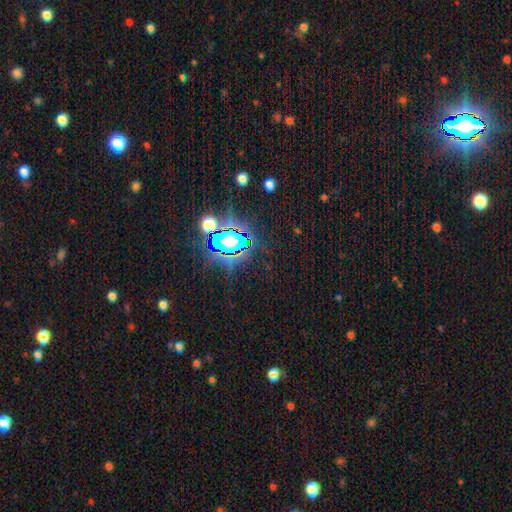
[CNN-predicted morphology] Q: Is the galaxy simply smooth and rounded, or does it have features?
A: star or artifact — 83%.